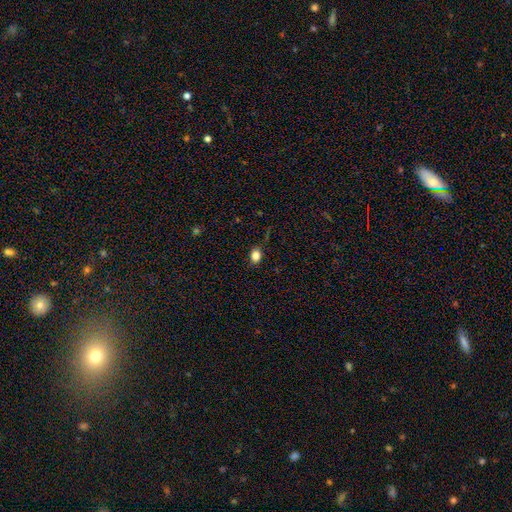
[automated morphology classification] This is clearly a smooth galaxy (83%). How rounded: possibly in between (53%). Merging: clearly none (84%).